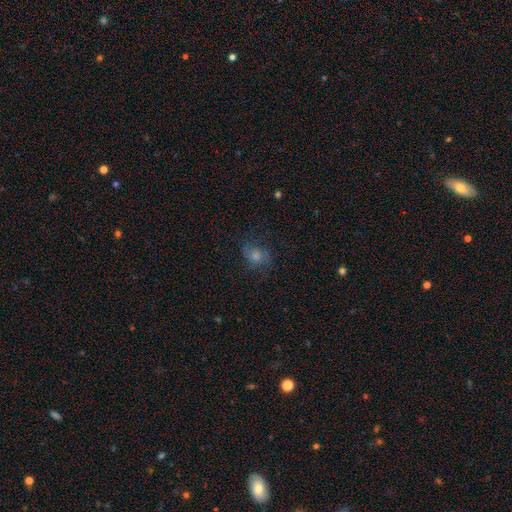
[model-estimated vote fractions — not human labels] This is marginally a featured or disk galaxy (40%). Merging: likely none (73%).